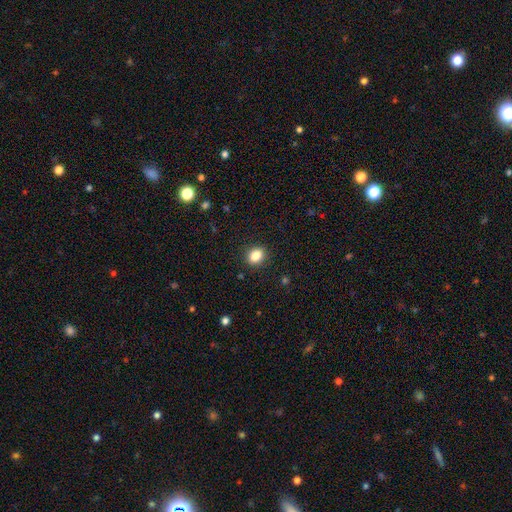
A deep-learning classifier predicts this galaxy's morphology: This appears to be a smooth galaxy with no disk features (86%) that is in between round and cigar-shaped (60%). Merging: none (89%).